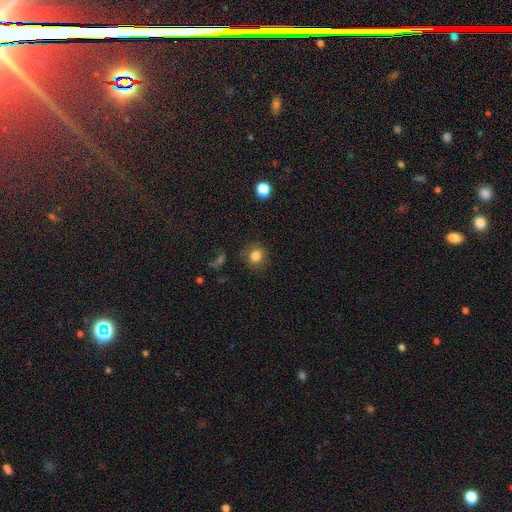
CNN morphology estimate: Smooth or featured? Predicted: smooth (p=0.82). How rounded? Predicted: round (p=0.82). Merging? Predicted: none (p=0.77).